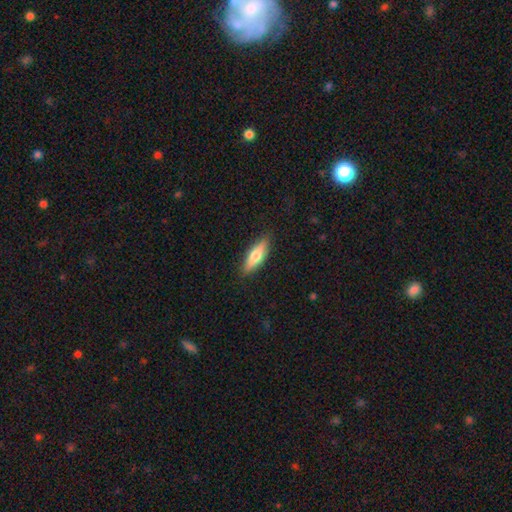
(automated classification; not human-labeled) smooth-or-featured: smooth: 57% | featured or disk: 37% | star or artifact: 6%
  how-rounded: cigar-shaped: 53% | in between: 45% | round: 2%
  merging: none: 87% | minor disturbance: 10% | major disturbance: 2% | merger: 1%